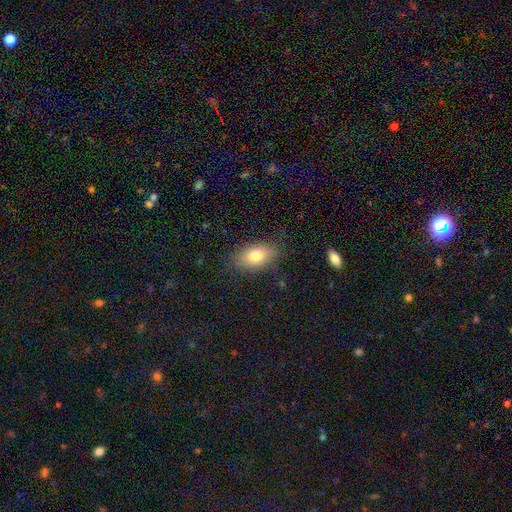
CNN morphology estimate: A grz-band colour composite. It shows a smooth galaxy with no disk features (78%) that is in between round and cigar-shaped (88%). Merging: none (82%).